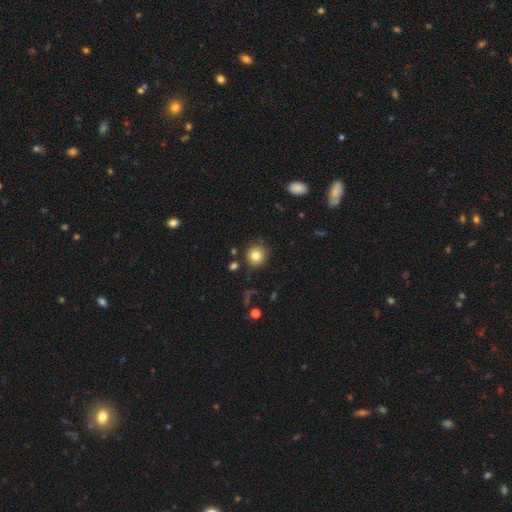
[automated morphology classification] Q: Smooth or featured?
A: smooth (81%); runner-up: star or artifact (11%)
Q: How rounded?
A: round (91%); runner-up: in between (8%)
Q: Merging?
A: none (87%); runner-up: minor disturbance (8%)